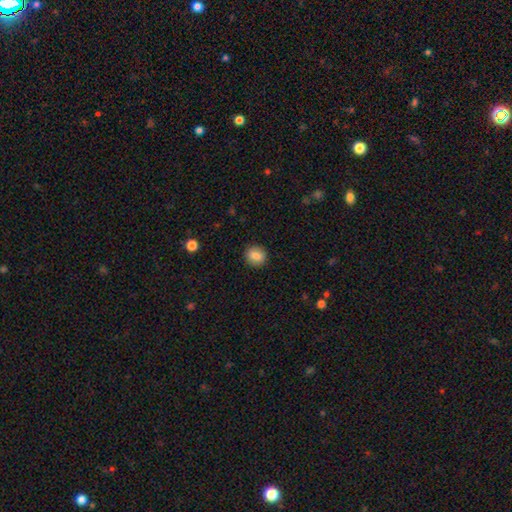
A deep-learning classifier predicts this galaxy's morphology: type=smooth (85%); roundness=round (78%); merging=none (90%).